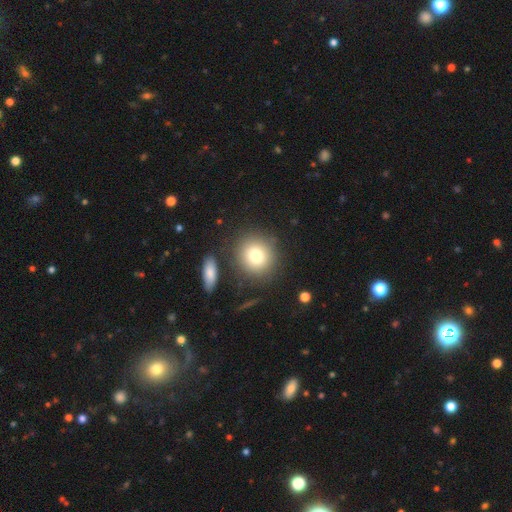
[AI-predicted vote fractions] A smooth galaxy with no disk features (79%) that is round (88%).

Vote fractions:
- Smooth or featured? smooth: 79% / featured or disk: 11% / star or artifact: 10%
- How rounded? round: 88% / in between: 11% / cigar-shaped: 1%
- Merging? none: 82% / minor disturbance: 9% / merger: 6% / major disturbance: 3%